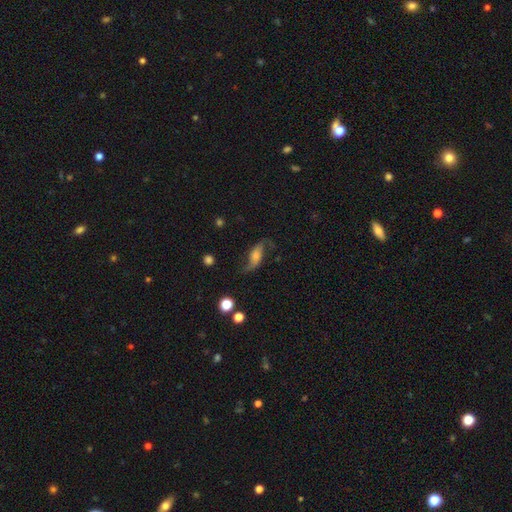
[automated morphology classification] smooth_or_featured: featured or disk (p=0.73) [alt: smooth p=0.18]
disk_edge_on: no (p=0.90) [alt: yes p=0.10]
bar: no (p=0.58) [alt: weak p=0.28]
has_spiral_arms: yes (p=0.93) [alt: no p=0.07]
spiral_winding: loose (p=0.84) [alt: medium p=0.12]
spiral_arm_count: 2 (p=0.92) [alt: 1 p=0.03]
bulge_size: moderate (p=0.44) [alt: small p=0.39]
merging: none (p=0.70) [alt: minor disturbance p=0.18]